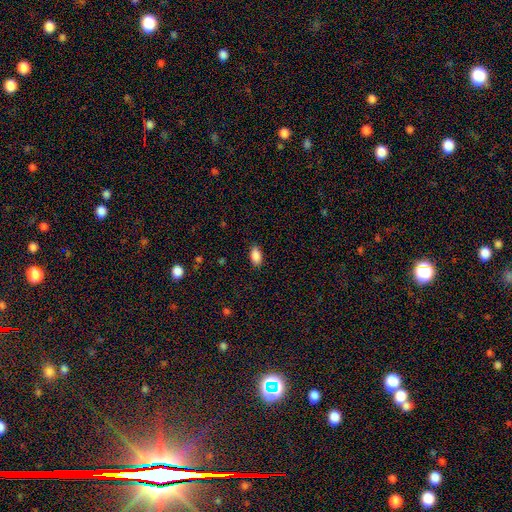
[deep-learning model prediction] Morphology: type=smooth (89%); roundness=in between (92%); merging=none (86%).